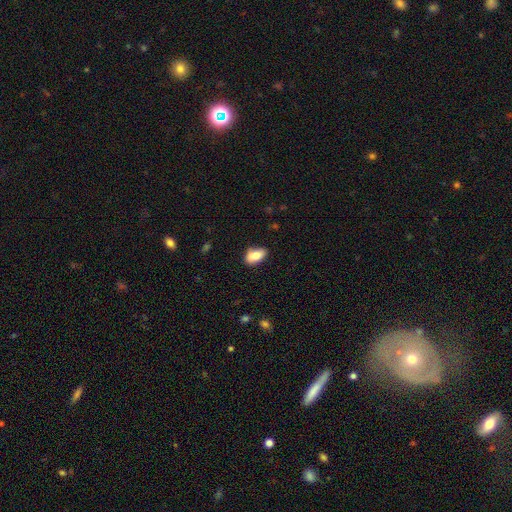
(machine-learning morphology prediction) This is clearly a smooth galaxy (81%). How rounded: clearly in between (90%). Merging: likely none (72%).